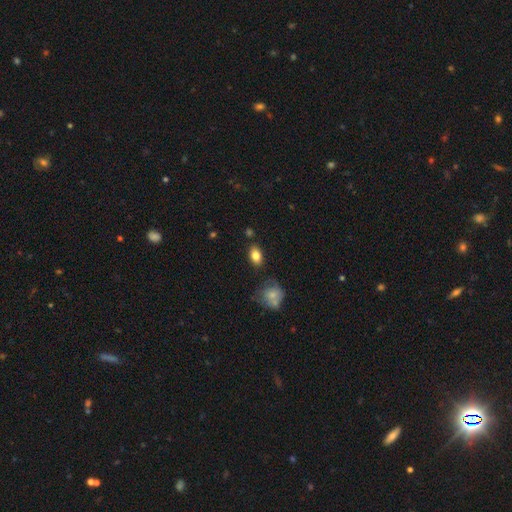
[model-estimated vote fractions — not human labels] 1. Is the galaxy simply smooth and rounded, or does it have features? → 83% smooth, 9% featured or disk, 9% star or artifact.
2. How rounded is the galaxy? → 87% in between, 11% round, 2% cigar-shaped.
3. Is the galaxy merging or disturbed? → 82% none, 12% minor disturbance, 3% merger, 3% major disturbance.